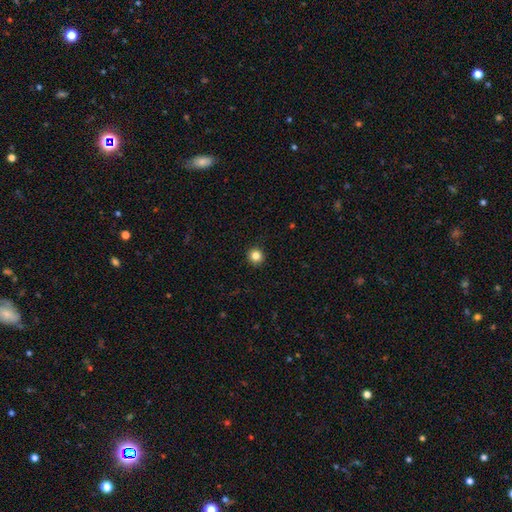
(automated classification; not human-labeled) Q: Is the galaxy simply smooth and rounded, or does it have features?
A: smooth — 83%.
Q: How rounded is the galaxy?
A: round — 95%.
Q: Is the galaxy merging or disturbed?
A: none — 93%.